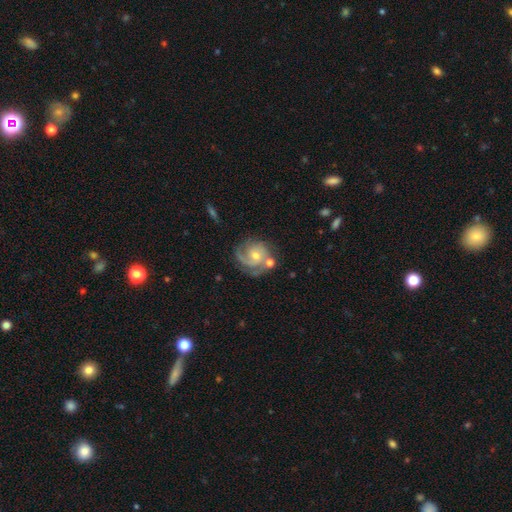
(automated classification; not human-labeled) smooth-or-featured: featured or disk: 81% | smooth: 12% | star or artifact: 7%
  disk-edge-on: no: 98% | yes: 2%
    bar: no: 69% | weak: 27% | strong: 4%
    has-spiral-arms: yes: 95% | no: 5%
      spiral-winding: tight: 49% | medium: 38% | loose: 12%
      spiral-arm-count: 2: 40% | 1: 21% | 3: 18% | can't tell: 15% | 4: 3% | more than 4: 3%
    bulge-size: small: 52% | moderate: 42% | none: 3% | large: 2% | dominant: 1%
  merging: none: 61% | minor disturbance: 18% | major disturbance: 11% | merger: 10%